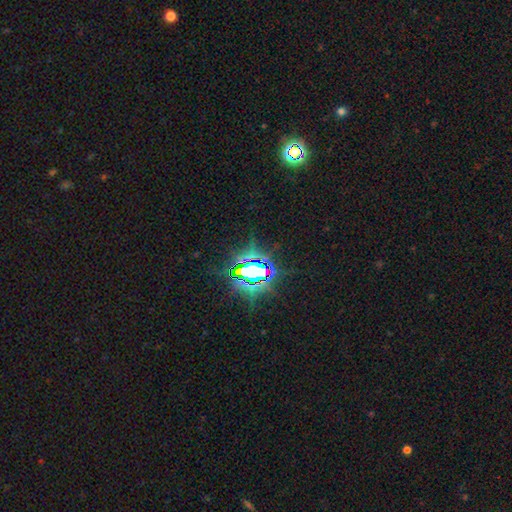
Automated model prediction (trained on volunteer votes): A star or artifact, not a galaxy (83%).

Vote fractions:
- Smooth or featured? star or artifact: 83% / smooth: 10% / featured or disk: 7%